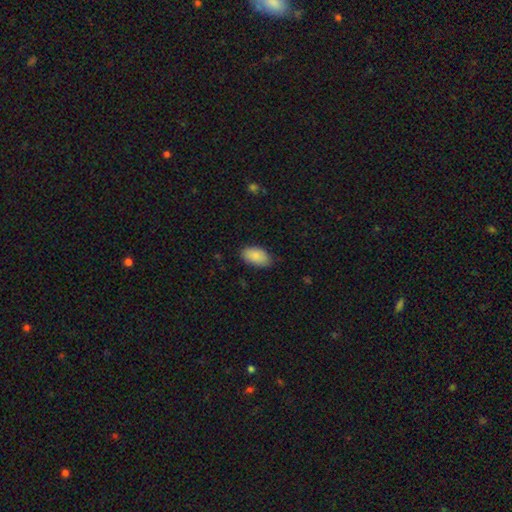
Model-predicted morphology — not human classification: The model was most divided on "merging": none: 84%, minor disturbance: 13%, major disturbance: 2%, merger: 1%. More confident: how rounded — in between (95%); smooth or featured — smooth (88%).